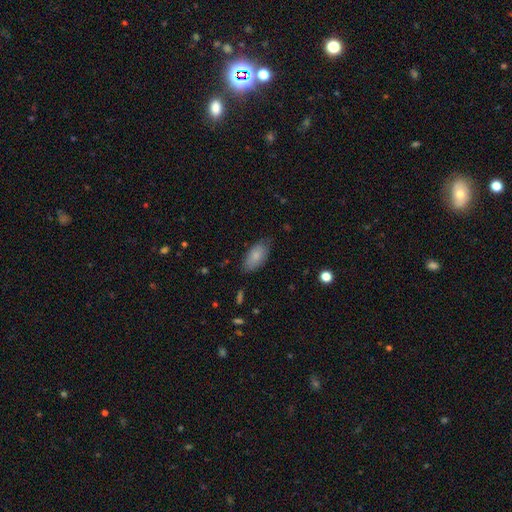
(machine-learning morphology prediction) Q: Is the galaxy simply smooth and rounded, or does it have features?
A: smooth — 83%.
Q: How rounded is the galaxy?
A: in between — 92%.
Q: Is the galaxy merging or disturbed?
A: none — 75%.